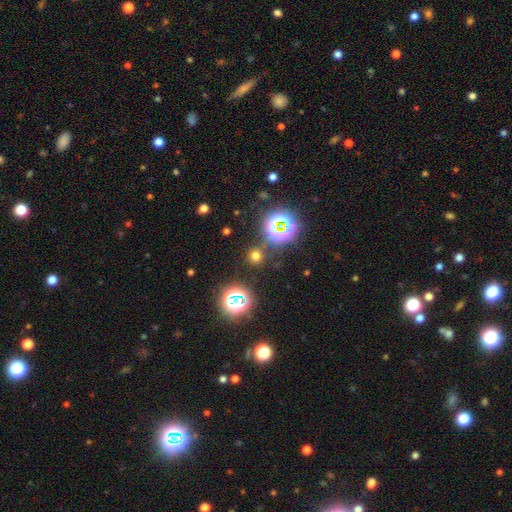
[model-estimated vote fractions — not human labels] smooth 59%, star or artifact 35%, featured or disk 6%. Down the decision tree: how rounded — round (91%); merging — none (85%).